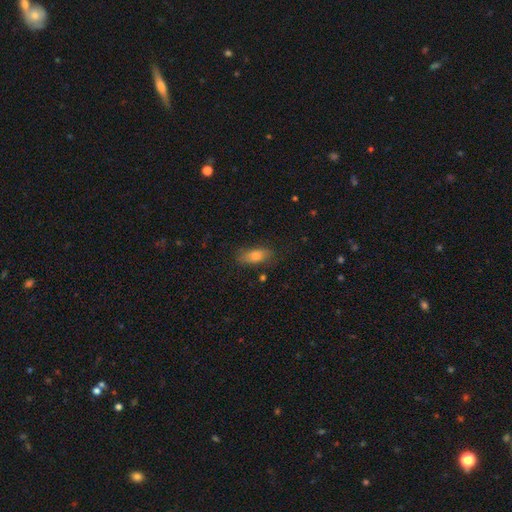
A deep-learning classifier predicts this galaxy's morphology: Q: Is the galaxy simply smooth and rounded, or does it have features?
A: smooth — 71%.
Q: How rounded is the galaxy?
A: in between — 75%.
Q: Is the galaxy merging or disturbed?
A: none — 79%.